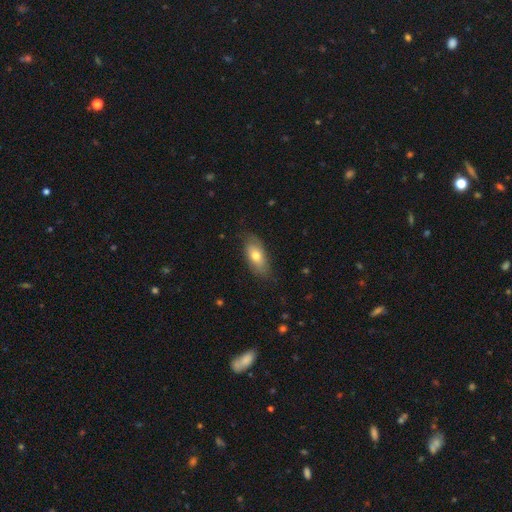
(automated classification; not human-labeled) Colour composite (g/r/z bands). It shows a smooth galaxy with no disk features (67%) that is in between round and cigar-shaped (88%). Merging: none (73%).